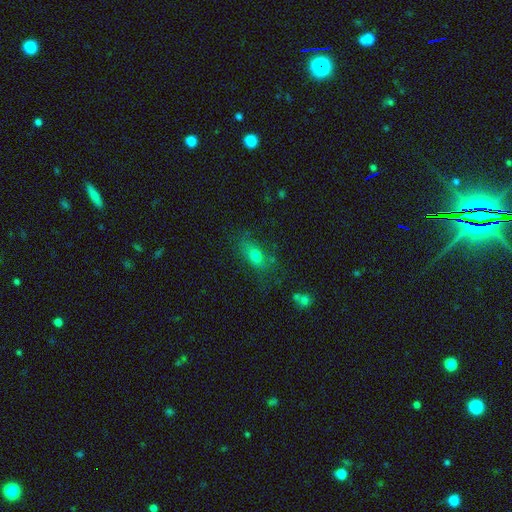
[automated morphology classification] type=smooth (70%); roundness=in between (74%); merging=none (60%).